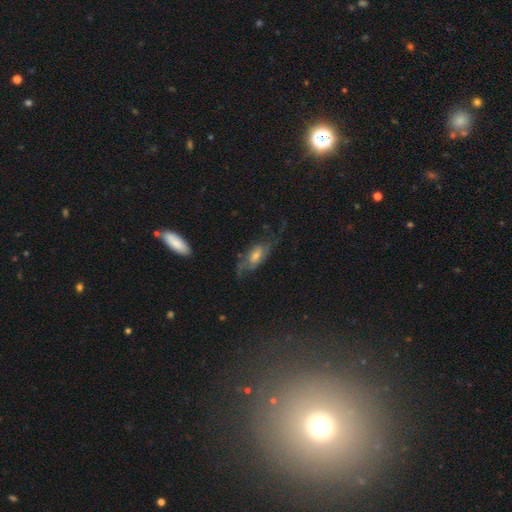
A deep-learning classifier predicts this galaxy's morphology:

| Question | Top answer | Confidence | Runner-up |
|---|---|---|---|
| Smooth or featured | featured or disk | 58% | smooth (31%) |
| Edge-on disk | no | 80% | yes (20%) |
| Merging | none | 55% | minor disturbance (24%) |